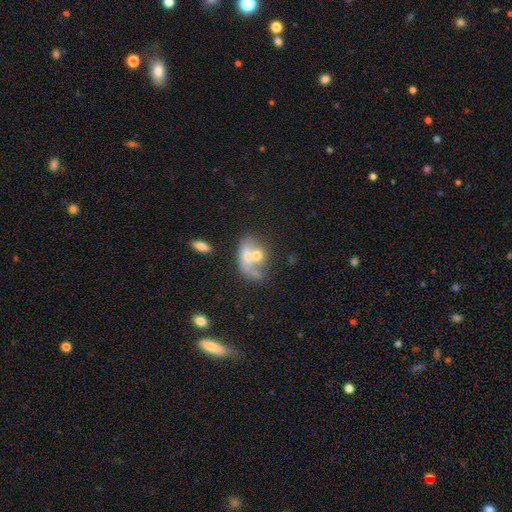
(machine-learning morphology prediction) Overall: smooth (54%; featured or disk 34%). How rounded: in between (70%). Merging: merger (51%; none 21%).